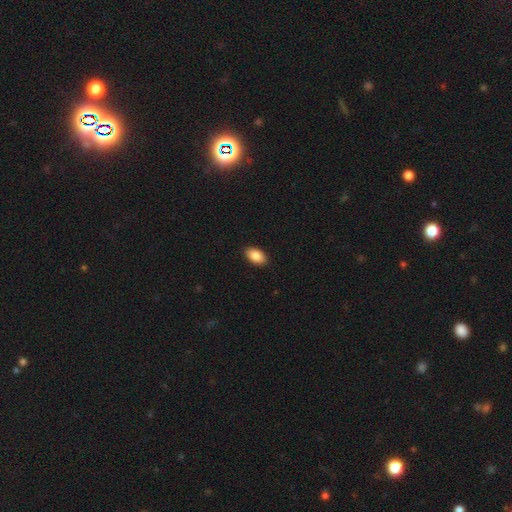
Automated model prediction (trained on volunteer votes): Morphology: type=smooth (88%); roundness=in between (93%); merging=none (90%).